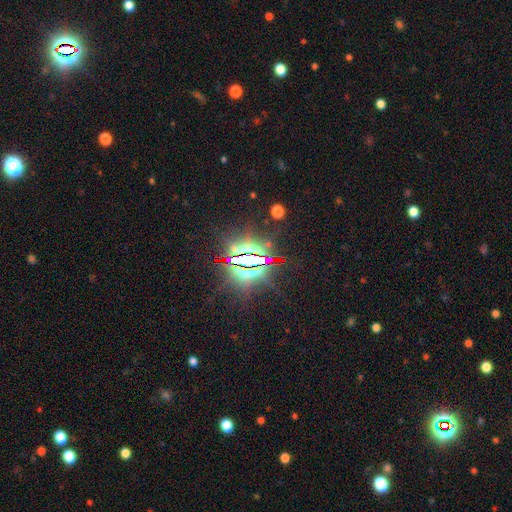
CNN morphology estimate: A star or artifact, not a galaxy (86%).

Vote fractions:
- Smooth or featured? star or artifact: 86% / featured or disk: 8% / smooth: 6%